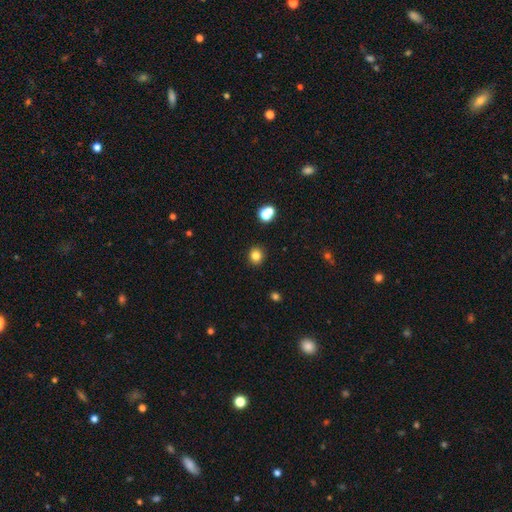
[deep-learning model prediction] A smooth galaxy with no disk features (81%) that is round (83%).

Vote fractions:
- Smooth or featured? smooth: 81% / star or artifact: 13% / featured or disk: 6%
- How rounded? round: 83% / in between: 16% / cigar-shaped: 1%
- Merging? none: 90% / minor disturbance: 6% / merger: 2% / major disturbance: 2%